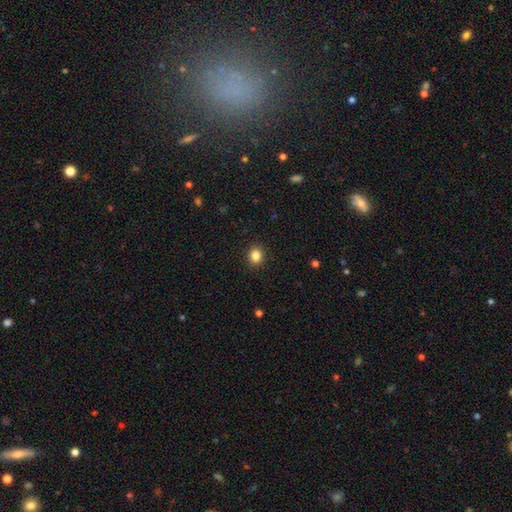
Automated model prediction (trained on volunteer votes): Morphology: type=smooth (85%); roundness=round (74%); merging=none (92%).